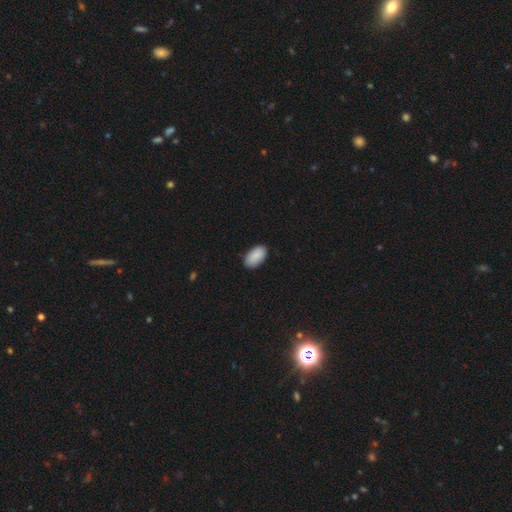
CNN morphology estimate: This appears to be a smooth galaxy with no disk features (90%) that is in between round and cigar-shaped (95%). Merging: none (87%).